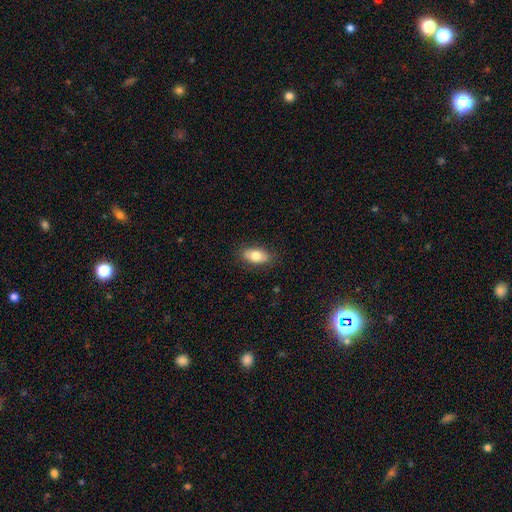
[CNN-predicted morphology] smooth-or-featured: smooth: 77% | featured or disk: 16% | star or artifact: 7%
  how-rounded: in between: 90% | cigar-shaped: 6% | round: 5%
  merging: none: 86% | minor disturbance: 11% | major disturbance: 3% | merger: 1%